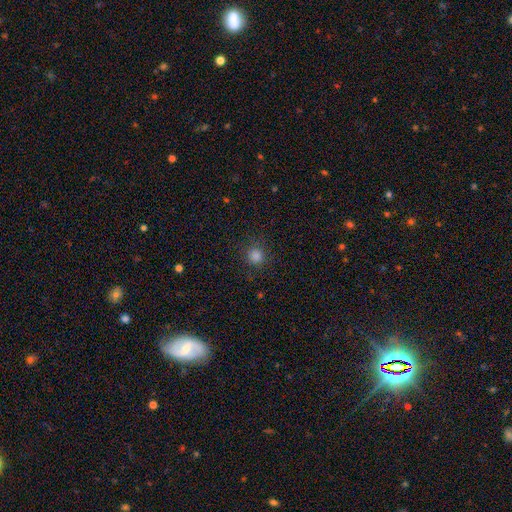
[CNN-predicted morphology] Overall: smooth (81%). How rounded: round (92%). Merging: none (87%).